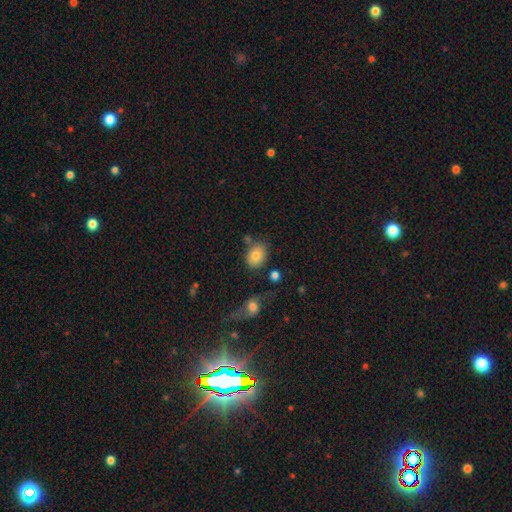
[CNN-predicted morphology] smooth 80%, featured or disk 11%, star or artifact 9%. Down the decision tree: how rounded — in between (57%); merging — none (69%).